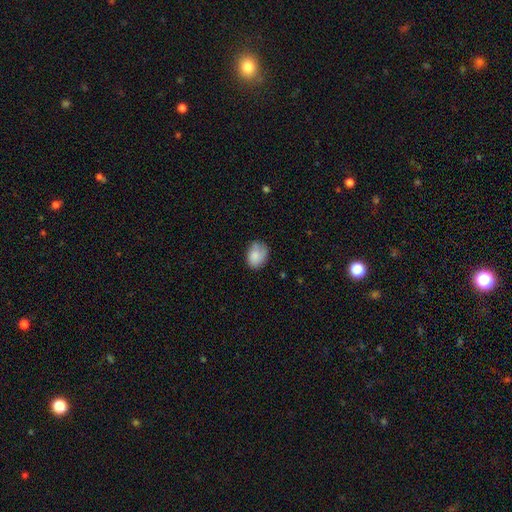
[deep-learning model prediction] Smooth or featured: smooth — 75% (featured or disk — 17%)
How rounded: in between — 65% (round — 34%)
Merging: none — 56% (minor disturbance — 31%)